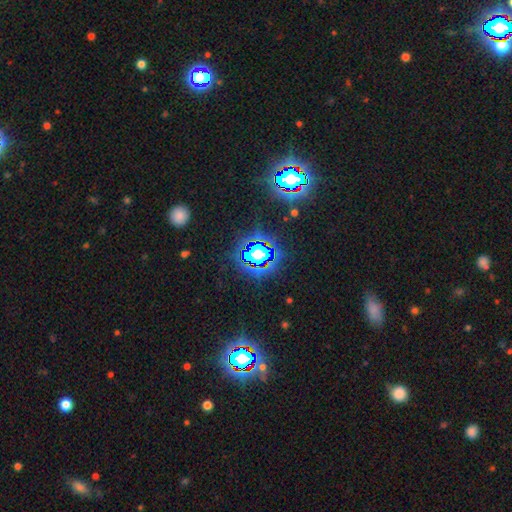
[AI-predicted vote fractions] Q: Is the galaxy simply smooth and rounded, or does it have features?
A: star or artifact — 81%.